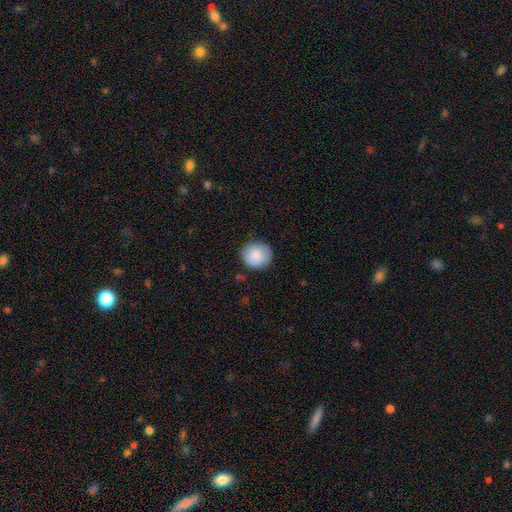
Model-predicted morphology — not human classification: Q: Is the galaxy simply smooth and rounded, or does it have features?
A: smooth — 84%.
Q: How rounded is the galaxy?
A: round — 90%.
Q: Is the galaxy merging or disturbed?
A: none — 83%.